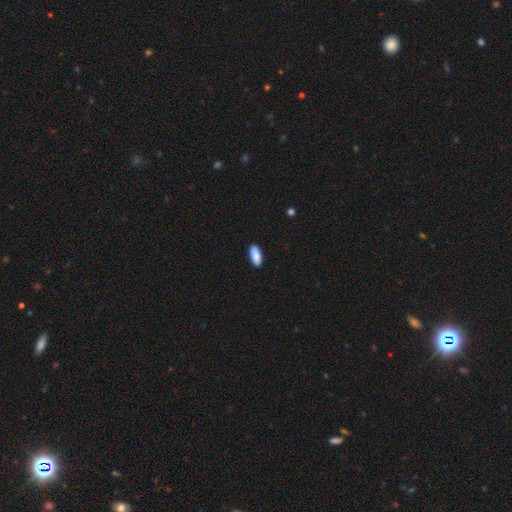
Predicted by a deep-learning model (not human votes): The model was most divided on "how rounded": in between: 84%, cigar-shaped: 14%, round: 2%. More confident: smooth or featured — smooth (88%); merging — none (86%).